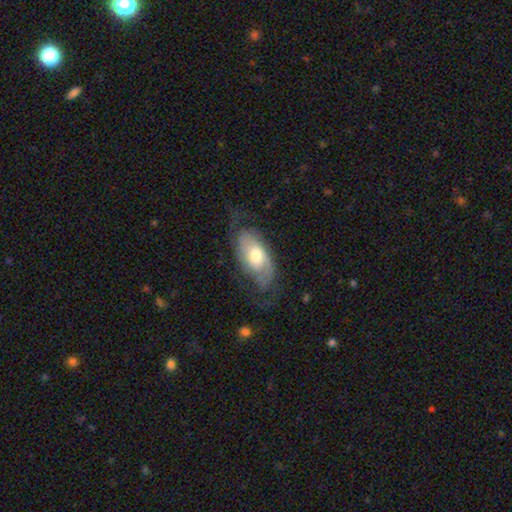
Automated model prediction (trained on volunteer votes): Morphology: type=featured or disk (66%); edge-on=no (92%); bar=no (67%); spiral arms=yes (86%); winding=medium (40%); arm count=2 (63%); bulge=moderate (68%); merging=none (60%).